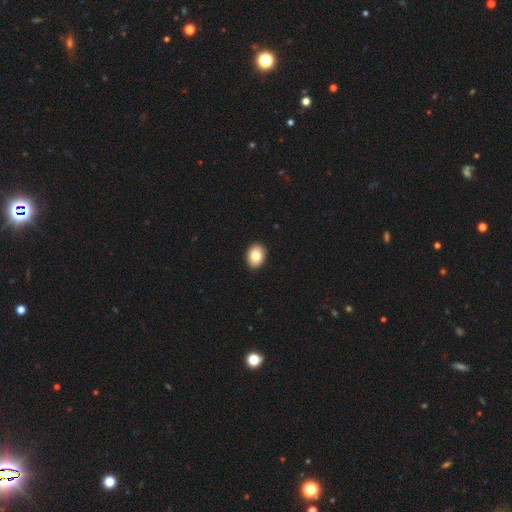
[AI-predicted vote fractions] Smooth or featured?
  - smooth: 82% *
  - featured or disk: 10%
  - star or artifact: 8%
How rounded?
  - in between: 61% *
  - round: 38%
  - cigar-shaped: 1%
Merging?
  - none: 92% *
  - minor disturbance: 6%
  - major disturbance: 1%
  - merger: 1%